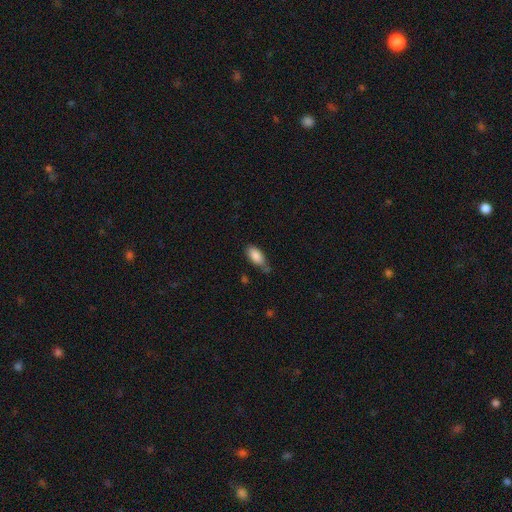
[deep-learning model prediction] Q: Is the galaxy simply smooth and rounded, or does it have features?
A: smooth — 86%.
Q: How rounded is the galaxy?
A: in between — 89%.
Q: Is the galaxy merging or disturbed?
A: none — 55%.